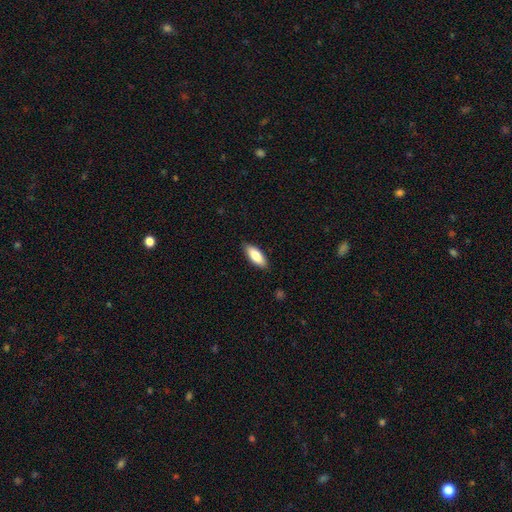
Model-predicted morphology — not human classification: Q: Smooth or featured?
A: smooth (84%); runner-up: featured or disk (10%)
Q: How rounded?
A: in between (77%); runner-up: cigar-shaped (21%)
Q: Merging?
A: none (86%); runner-up: minor disturbance (11%)